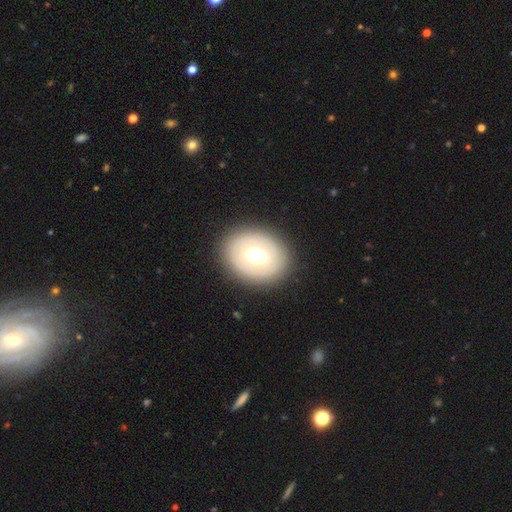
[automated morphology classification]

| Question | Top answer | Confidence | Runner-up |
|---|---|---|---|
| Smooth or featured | smooth | 54% | featured or disk (38%) |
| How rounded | round | 52% | in between (47%) |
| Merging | none | 84% | minor disturbance (9%) |